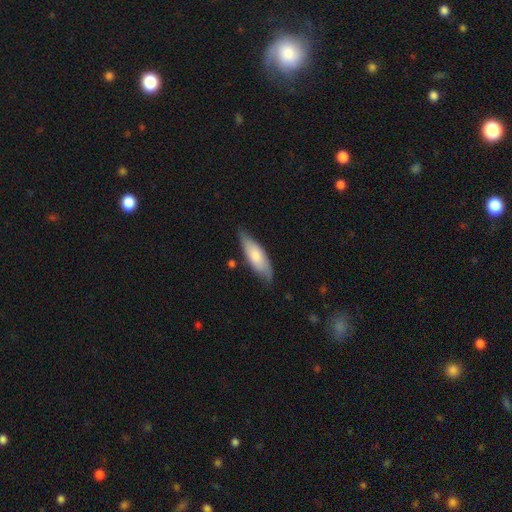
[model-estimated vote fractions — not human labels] smooth_or_featured: smooth (p=0.68) [alt: featured or disk p=0.27]
how_rounded: in between (p=0.60) [alt: cigar-shaped p=0.39]
merging: none (p=0.71) [alt: minor disturbance p=0.23]